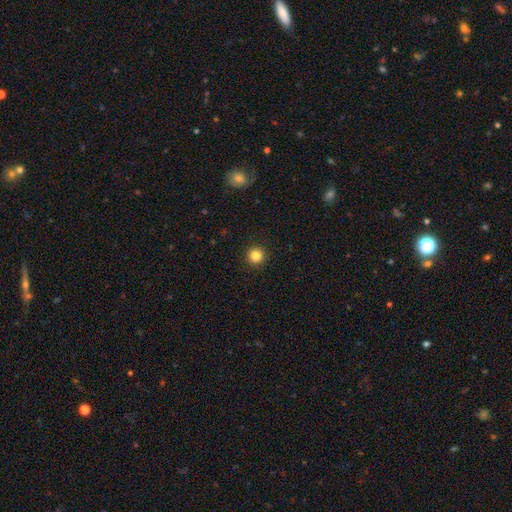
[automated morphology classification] Overall: smooth (85%). How rounded: round (96%). Merging: none (93%).